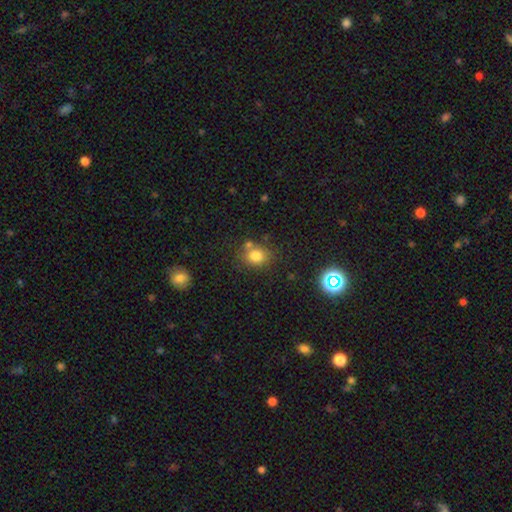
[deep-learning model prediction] Overall: smooth (79%). How rounded: round (59%; in between 40%). Merging: none (66%).